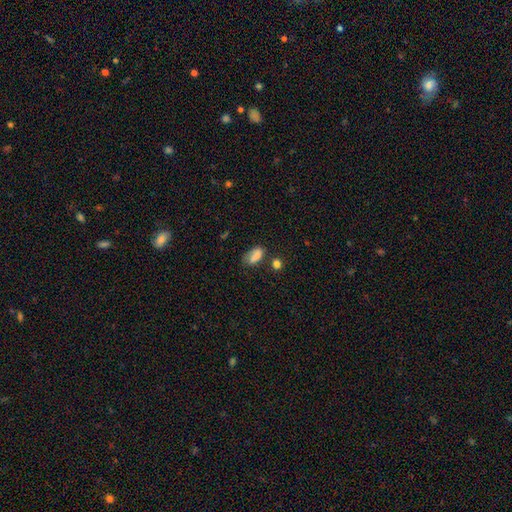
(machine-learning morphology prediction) Smooth or featured: smooth — 79% (featured or disk — 11%)
How rounded: in between — 87% (round — 8%)
Merging: none — 51% (minor disturbance — 29%)